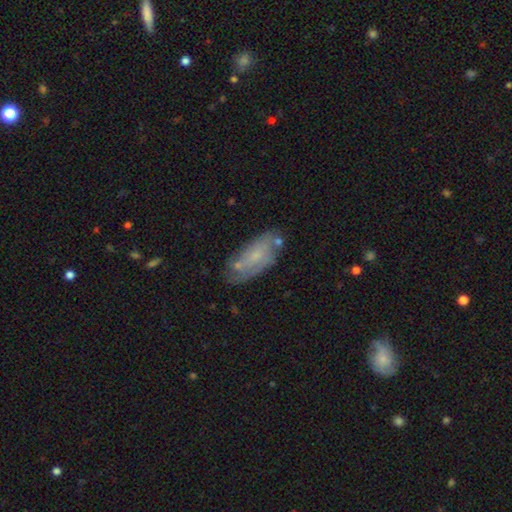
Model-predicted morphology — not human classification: Q: Smooth or featured?
A: featured or disk (47%); runner-up: smooth (44%)
Q: Merging?
A: none (65%); runner-up: minor disturbance (23%)